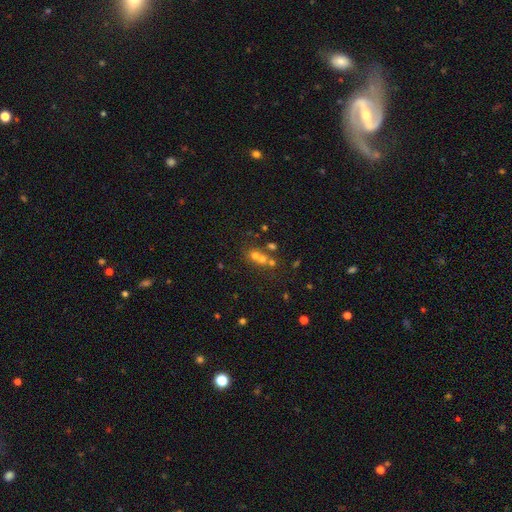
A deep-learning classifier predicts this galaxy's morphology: The model was most divided on "merging": merger: 53%, none: 36%, minor disturbance: 7%, major disturbance: 4%. More confident: how rounded — round (75%); smooth or featured — smooth (54%).